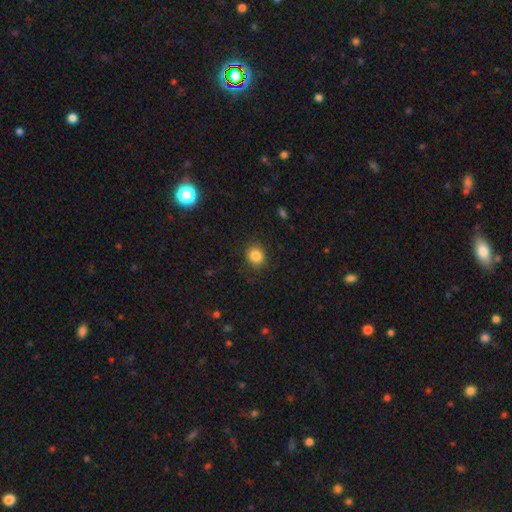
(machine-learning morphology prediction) Overall: smooth (85%). How rounded: round (75%). Merging: none (88%).